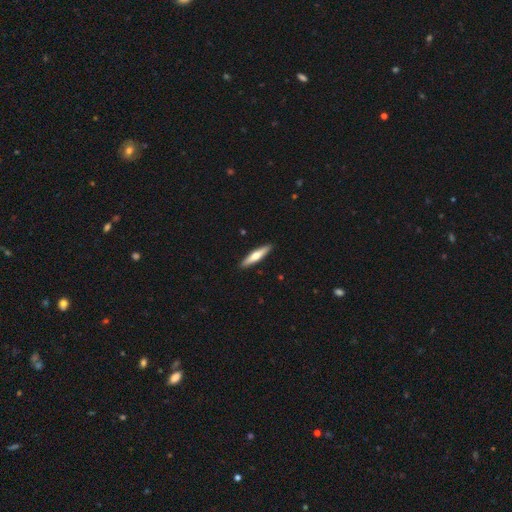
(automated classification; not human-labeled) Q: Smooth or featured?
A: smooth (53%); runner-up: featured or disk (42%)
Q: How rounded?
A: cigar-shaped (83%); runner-up: in between (15%)
Q: Merging?
A: none (92%); runner-up: minor disturbance (6%)